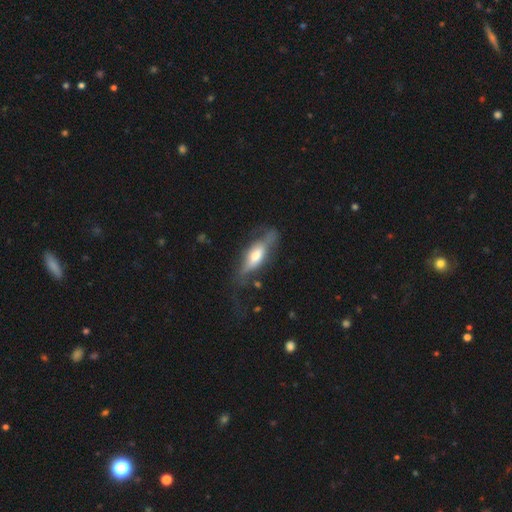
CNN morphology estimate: Smooth or featured: featured or disk — 49% (smooth — 45%)
Merging: none — 47% (minor disturbance — 28%)